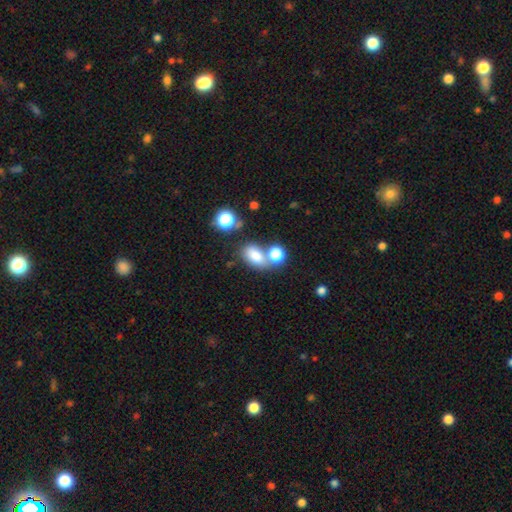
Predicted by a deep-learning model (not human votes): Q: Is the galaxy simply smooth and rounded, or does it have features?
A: smooth — 77%.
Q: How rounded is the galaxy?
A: in between — 79%.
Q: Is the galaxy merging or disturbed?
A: none — 49%.